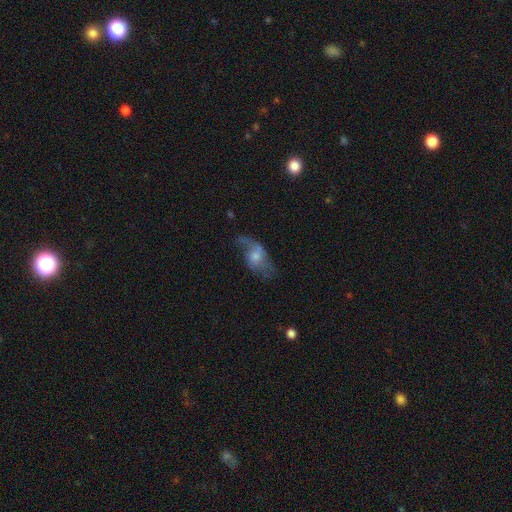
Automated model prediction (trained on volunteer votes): This is possibly a featured or disk galaxy (57%). It is clearly not viewed edge-on (91%). Bar: likely no (71%). Spiral arm pattern: likely yes (74%). Central bulge: possibly moderate (47%). Merging: marginally none (42%).